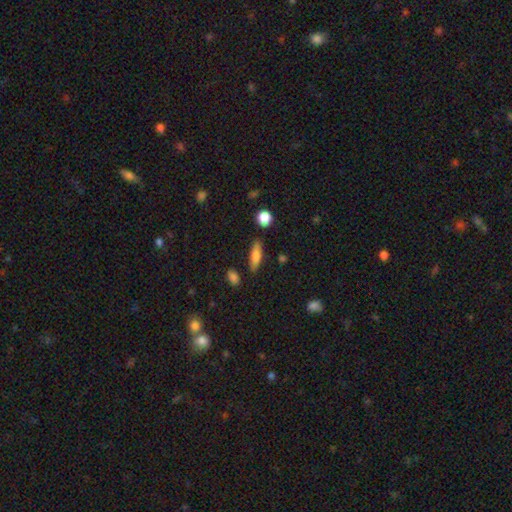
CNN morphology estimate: Smooth or featured?
  - smooth: 77% *
  - featured or disk: 16%
  - star or artifact: 7%
How rounded?
  - cigar-shaped: 51% *
  - in between: 46%
  - round: 3%
Merging?
  - none: 83% *
  - minor disturbance: 11%
  - merger: 3%
  - major disturbance: 3%